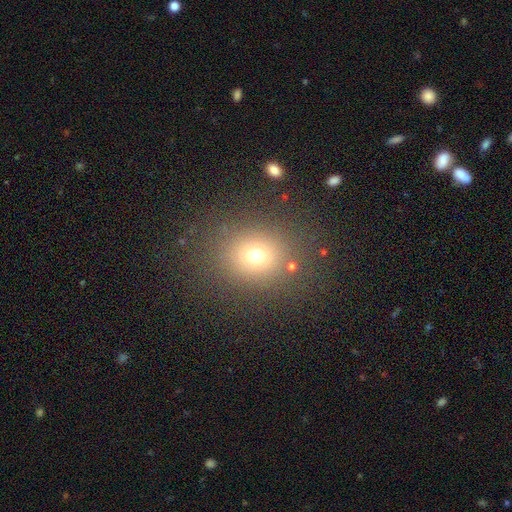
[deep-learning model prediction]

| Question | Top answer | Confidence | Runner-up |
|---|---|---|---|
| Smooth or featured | smooth | 69% | star or artifact (20%) |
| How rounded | round | 73% | in between (26%) |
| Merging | none | 84% | minor disturbance (8%) |